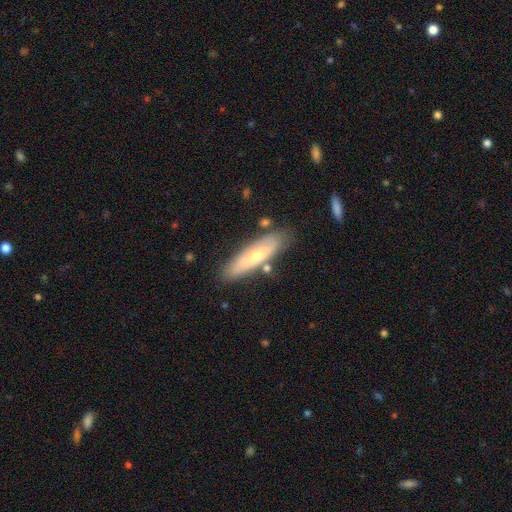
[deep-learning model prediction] smooth_or_featured: smooth (p=0.55) [alt: featured or disk p=0.39]
how_rounded: cigar-shaped (p=0.67) [alt: in between p=0.31]
merging: none (p=0.78) [alt: minor disturbance p=0.14]